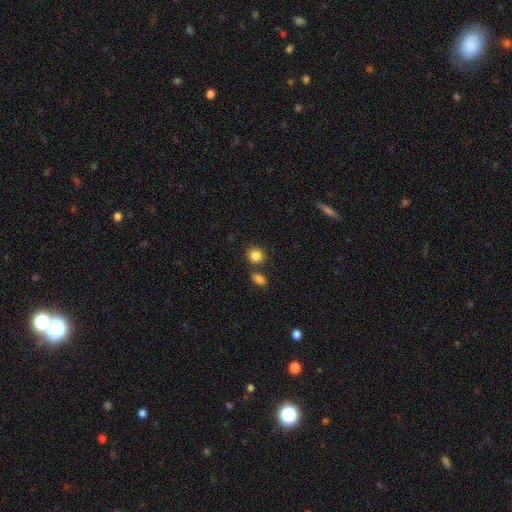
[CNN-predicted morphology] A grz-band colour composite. It shows a smooth galaxy with no disk features (85%) that is round (79%). Merging: none (71%).